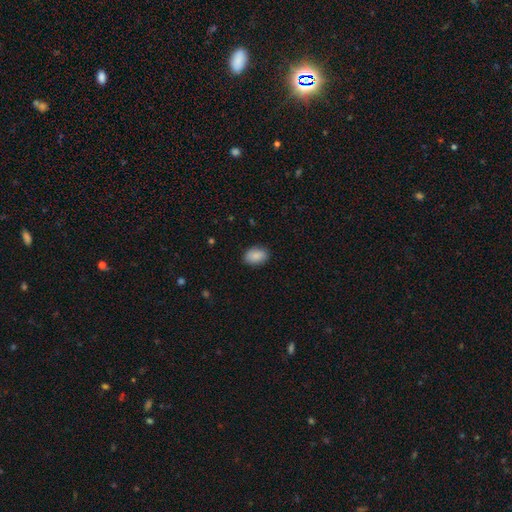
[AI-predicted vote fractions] Smooth or featured? smooth (89%)
How rounded? in between (87%)
Merging? none (87%)